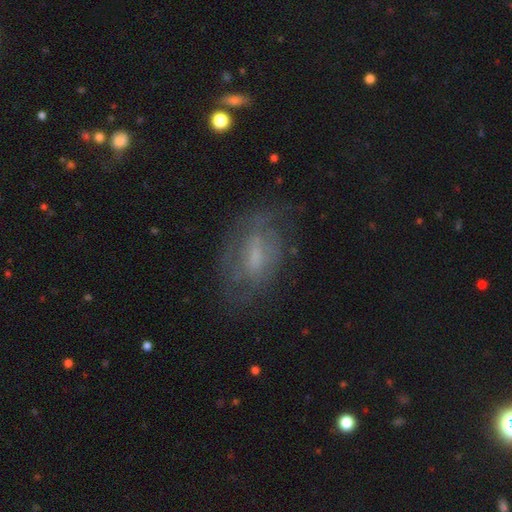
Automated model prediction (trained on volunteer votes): A featured or disk galaxy (62%) with a weak bar (48%), spiral arms (68%) and a small central bulge (42%).

Vote fractions:
- Smooth or featured? featured or disk: 62% / smooth: 28% / star or artifact: 10%
- Edge-on disk? no: 94% / yes: 6%
- Bar? weak: 48% / no: 40% / strong: 12%
- Spiral arms? yes: 68% / no: 32%
- Bulge size? small: 42% / moderate: 32% / none: 21% / large: 4% / dominant: 1%
- Merging? none: 62% / minor disturbance: 21% / major disturbance: 14% / merger: 2%